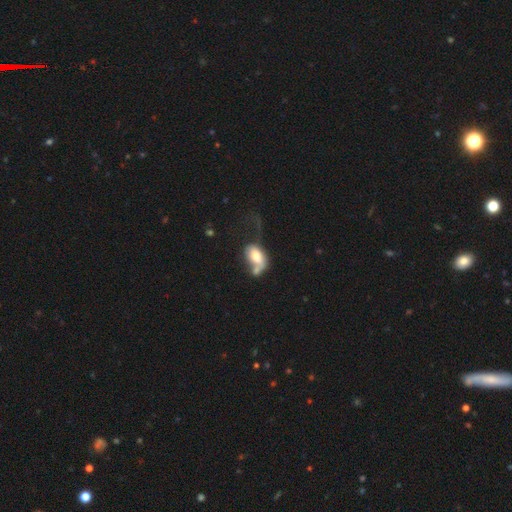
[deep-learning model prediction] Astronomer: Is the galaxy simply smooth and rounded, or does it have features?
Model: smooth — 63%.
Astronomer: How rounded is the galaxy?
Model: in between — 87%.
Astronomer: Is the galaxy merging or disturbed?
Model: merger — 39% (runner-up: major disturbance, 28%).